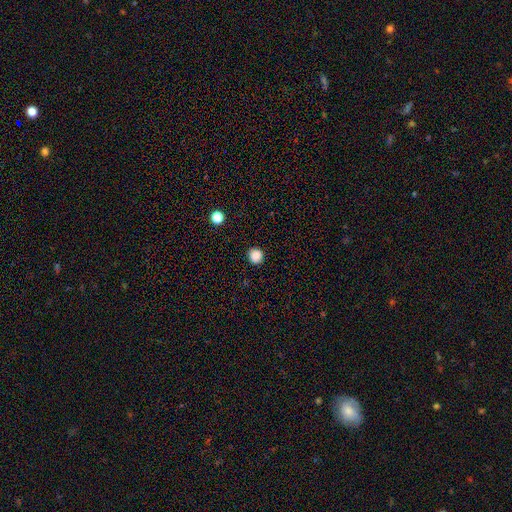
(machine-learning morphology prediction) smooth-or-featured: smooth: 86% | star or artifact: 11% | featured or disk: 3%
  how-rounded: round: 92% | in between: 7% | cigar-shaped: 1%
  merging: none: 90% | minor disturbance: 7% | major disturbance: 2% | merger: 1%